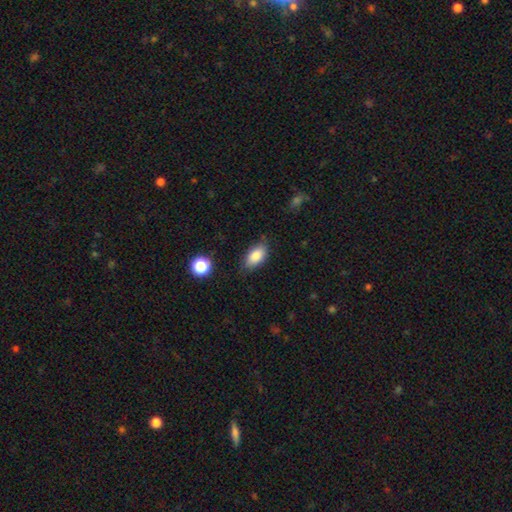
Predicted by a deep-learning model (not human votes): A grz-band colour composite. It shows a smooth galaxy with no disk features (85%) that is in between round and cigar-shaped (92%). Merging: none (77%).